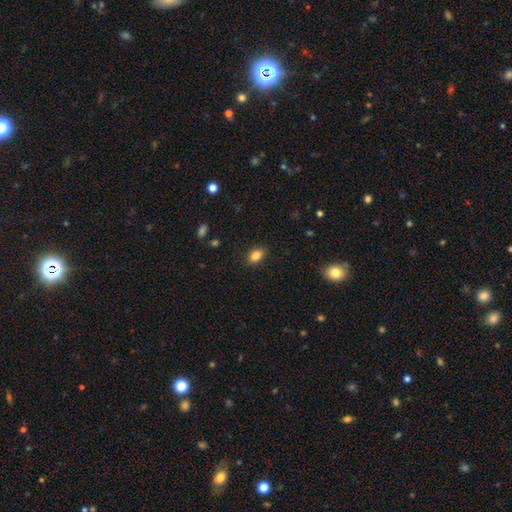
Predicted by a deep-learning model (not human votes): smooth_or_featured: smooth (p=0.83) [alt: star or artifact p=0.09]
how_rounded: in between (p=0.85) [alt: round p=0.12]
merging: none (p=0.87) [alt: minor disturbance p=0.10]